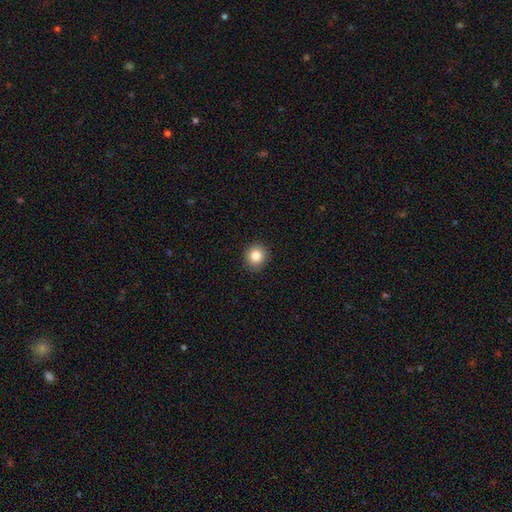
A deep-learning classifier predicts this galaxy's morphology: Q: Smooth or featured?
A: smooth (85%); runner-up: star or artifact (10%)
Q: How rounded?
A: round (87%); runner-up: in between (12%)
Q: Merging?
A: none (91%); runner-up: minor disturbance (6%)